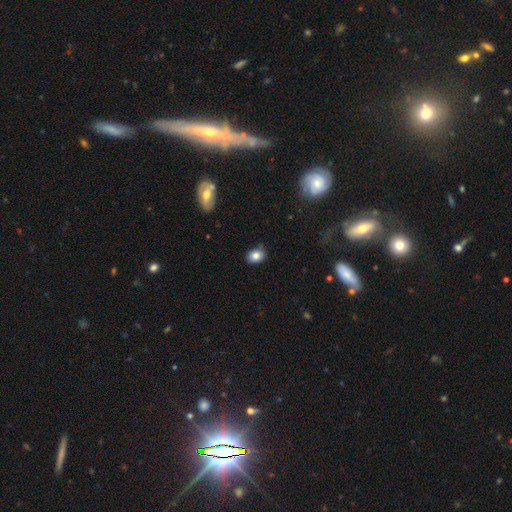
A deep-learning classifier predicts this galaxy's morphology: smooth-or-featured: smooth: 82% | star or artifact: 9% | featured or disk: 8%
  how-rounded: in between: 67% | round: 32% | cigar-shaped: 1%
  merging: none: 76% | minor disturbance: 20% | major disturbance: 3% | merger: 2%